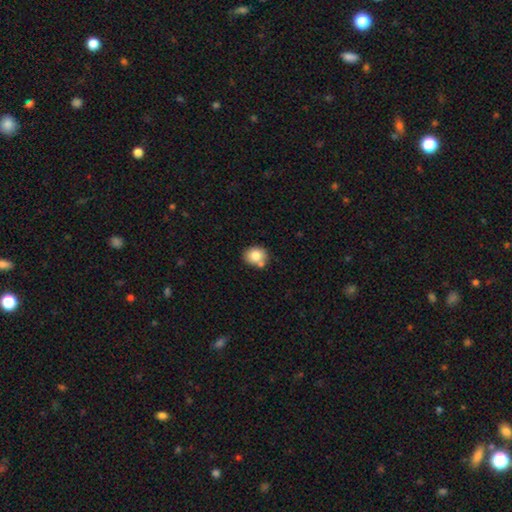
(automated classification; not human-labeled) Smooth or featured? Predicted: smooth (p=0.80). How rounded? Predicted: round (p=0.68). Merging? Predicted: none (p=0.64).